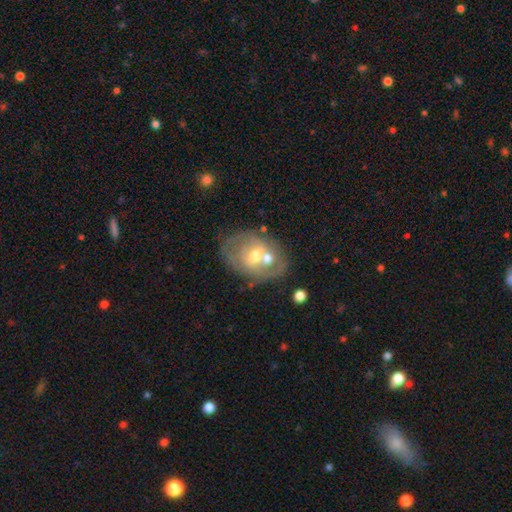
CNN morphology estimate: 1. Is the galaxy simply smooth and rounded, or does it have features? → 57% featured or disk, 35% smooth, 8% star or artifact.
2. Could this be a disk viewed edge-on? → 95% no, 5% yes.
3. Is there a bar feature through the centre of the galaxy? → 60% no, 31% weak, 9% strong.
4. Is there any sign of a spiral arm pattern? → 66% no, 34% yes.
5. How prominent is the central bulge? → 68% moderate, 23% small, 6% large, 2% none, 1% dominant.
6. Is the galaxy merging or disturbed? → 38% none, 34% merger, 18% minor disturbance, 10% major disturbance.